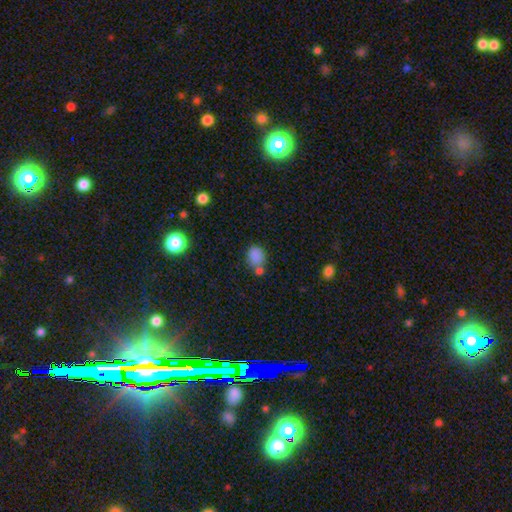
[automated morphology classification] smooth 82%, star or artifact 12%, featured or disk 6%. Down the decision tree: how rounded — round (53%); merging — none (52%).